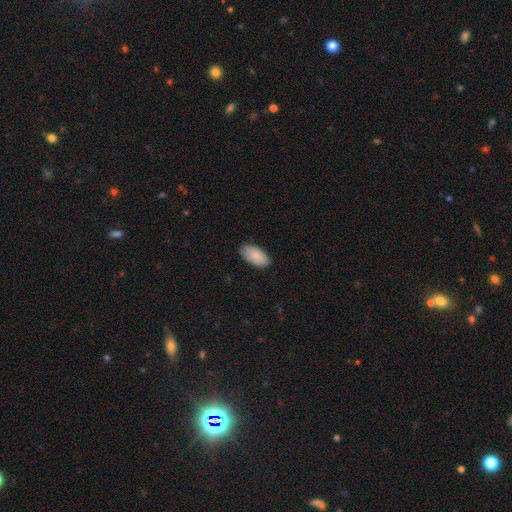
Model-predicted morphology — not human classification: This is clearly a smooth galaxy (88%). How rounded: clearly in between (95%). Merging: clearly none (85%).